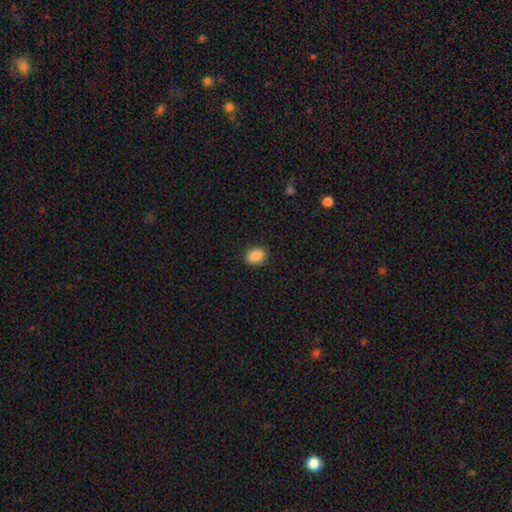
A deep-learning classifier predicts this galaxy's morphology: A smooth galaxy with no disk features (89%) that is in between round and cigar-shaped (77%).

Vote fractions:
- Smooth or featured? smooth: 89% / star or artifact: 8% / featured or disk: 3%
- How rounded? in between: 77% / round: 22% / cigar-shaped: 1%
- Merging? none: 89% / minor disturbance: 8% / major disturbance: 2% / merger: 1%